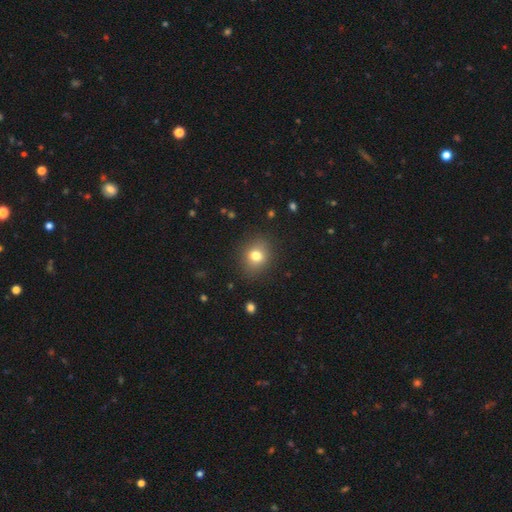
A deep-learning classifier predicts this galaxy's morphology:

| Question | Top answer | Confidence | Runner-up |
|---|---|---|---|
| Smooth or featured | smooth | 78% | star or artifact (12%) |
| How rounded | round | 63% | in between (36%) |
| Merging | none | 85% | minor disturbance (10%) |